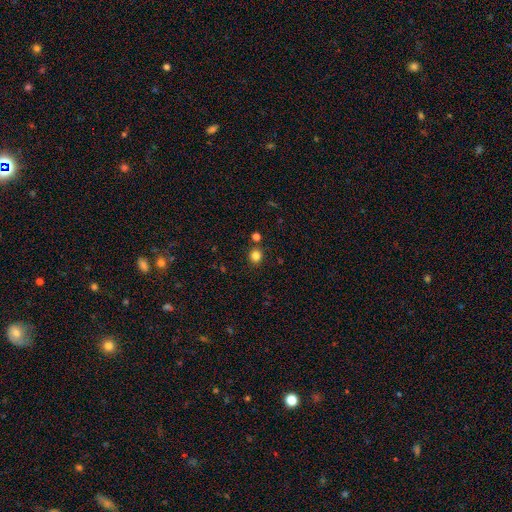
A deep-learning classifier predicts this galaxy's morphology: Smooth or featured?
  - smooth: 82% *
  - star or artifact: 13%
  - featured or disk: 4%
How rounded?
  - round: 87% *
  - in between: 12%
  - cigar-shaped: 1%
Merging?
  - none: 85% *
  - minor disturbance: 7%
  - merger: 6%
  - major disturbance: 2%